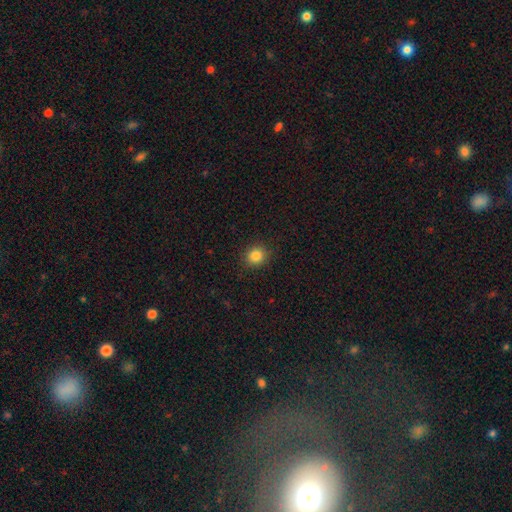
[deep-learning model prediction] This appears to be a smooth galaxy with no disk features (84%) that is round (79%). Merging: none (90%).